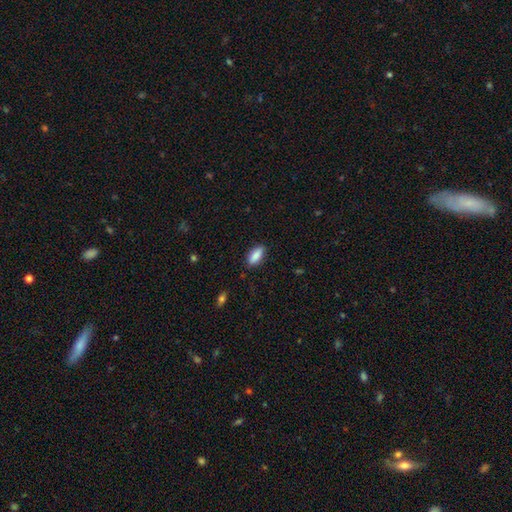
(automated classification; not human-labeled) Morphology: type=smooth (87%); roundness=in between (81%); merging=none (86%).